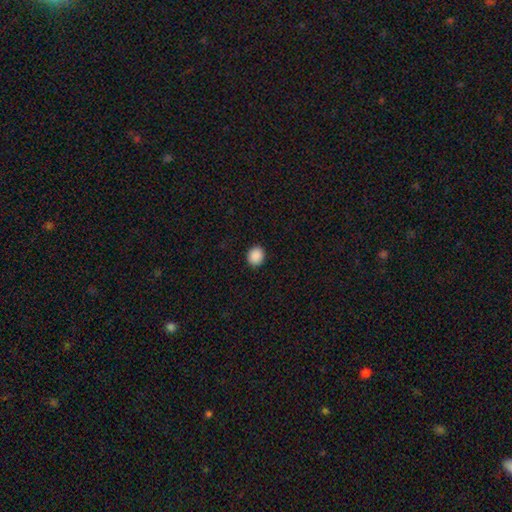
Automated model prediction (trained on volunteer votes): Smooth or featured: smooth — 89% (star or artifact — 8%)
How rounded: round — 73% (in between — 26%)
Merging: none — 91% (minor disturbance — 6%)